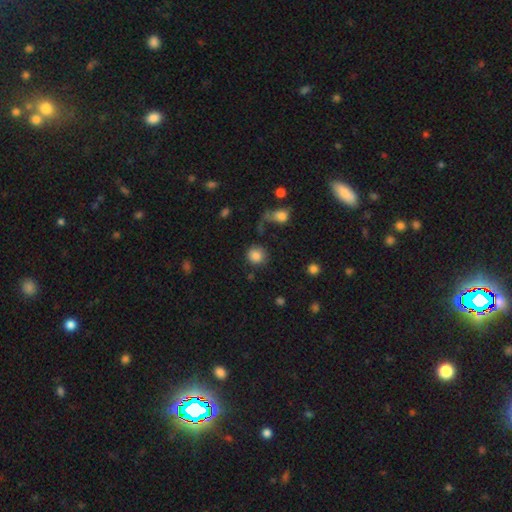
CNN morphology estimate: Smooth or featured?
  - smooth: 85% *
  - star or artifact: 10%
  - featured or disk: 5%
How rounded?
  - round: 89% *
  - in between: 9%
  - cigar-shaped: 1%
Merging?
  - none: 80% *
  - minor disturbance: 10%
  - major disturbance: 5%
  - merger: 5%